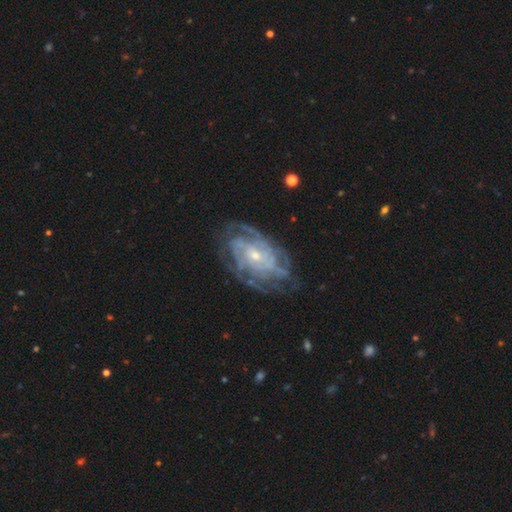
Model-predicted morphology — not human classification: Smooth or featured? featured or disk (87%)
Edge-on disk? no (96%)
Bar? no (68%)
Spiral arms? yes (95%)
Spiral winding? tight (66%)
Spiral arm count? can't tell (38%)
Bulge size? small (65%)
Merging? none (72%)